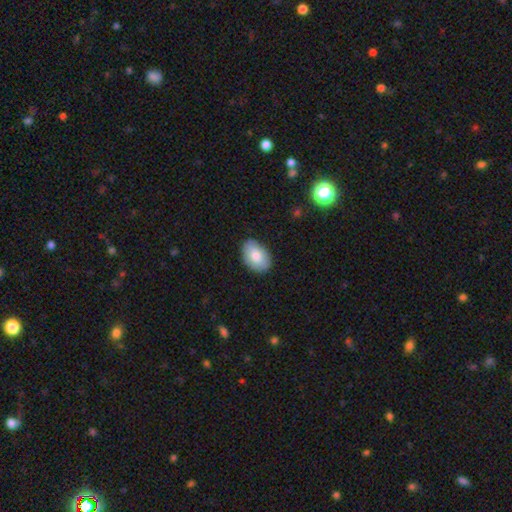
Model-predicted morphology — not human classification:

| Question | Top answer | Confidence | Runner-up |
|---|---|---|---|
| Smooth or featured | smooth | 81% | featured or disk (13%) |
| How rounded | in between | 87% | round (12%) |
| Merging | none | 85% | minor disturbance (12%) |